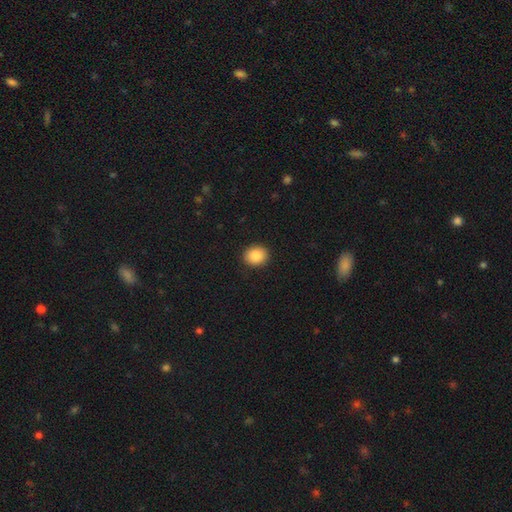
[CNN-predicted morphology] Overall: smooth (87%). How rounded: round (61%; in between 38%). Merging: none (91%).